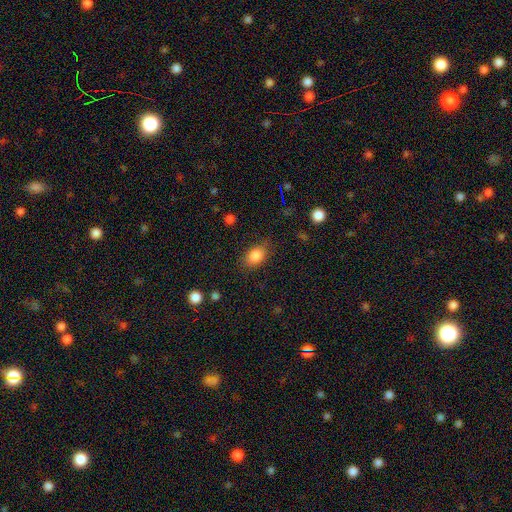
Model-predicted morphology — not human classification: type=smooth (85%); roundness=in between (78%); merging=none (78%).